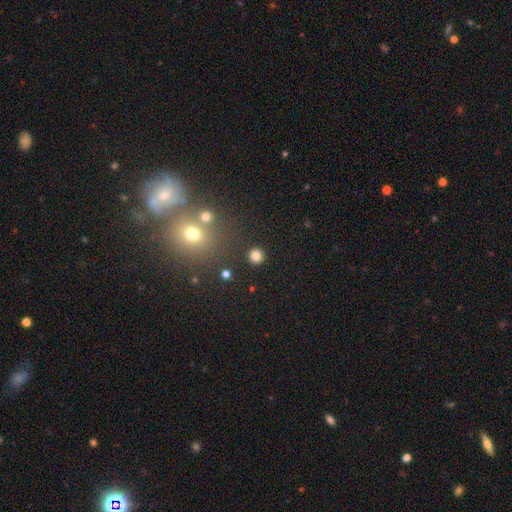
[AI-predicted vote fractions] Smooth or featured: smooth — 82% (star or artifact — 14%)
How rounded: round — 94% (in between — 5%)
Merging: none — 91% (minor disturbance — 5%)